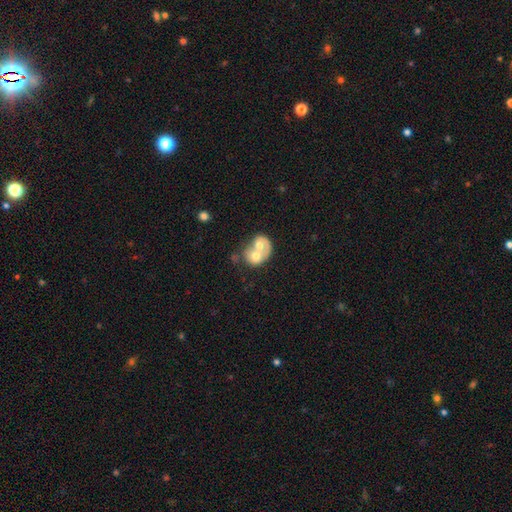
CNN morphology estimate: Smooth or featured?
  - smooth: 51% *
  - featured or disk: 43%
  - star or artifact: 6%
How rounded?
  - round: 53% *
  - in between: 46%
  - cigar-shaped: 1%
Merging?
  - merger: 80% *
  - none: 10%
  - minor disturbance: 5%
  - major disturbance: 5%